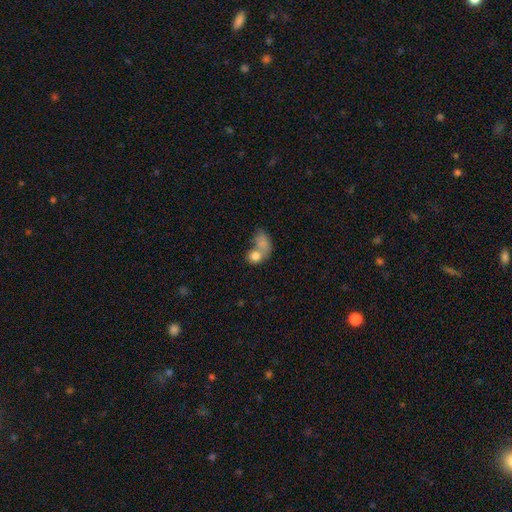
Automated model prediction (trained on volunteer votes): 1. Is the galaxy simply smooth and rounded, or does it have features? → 78% smooth, 13% featured or disk, 9% star or artifact.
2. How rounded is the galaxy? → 50% in between, 49% round, 1% cigar-shaped.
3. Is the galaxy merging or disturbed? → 59% merger, 23% none, 9% major disturbance, 9% minor disturbance.